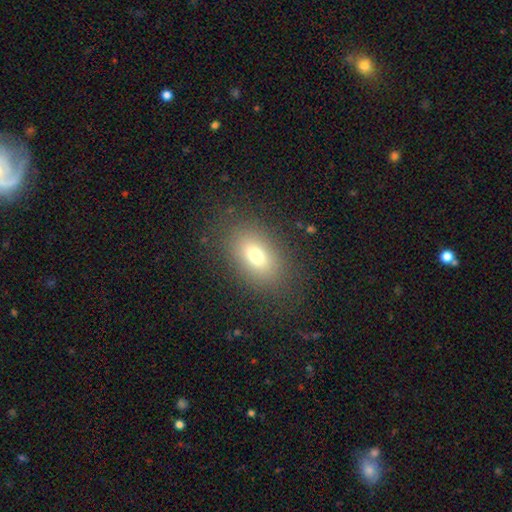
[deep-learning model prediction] A smooth galaxy with no disk features (73%) that is in between round and cigar-shaped (81%). Merging: none (83%).